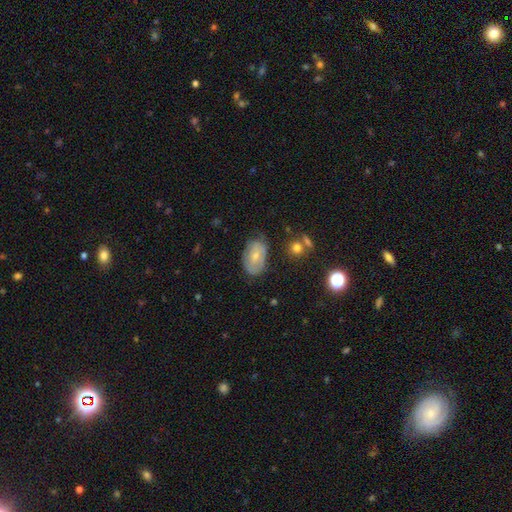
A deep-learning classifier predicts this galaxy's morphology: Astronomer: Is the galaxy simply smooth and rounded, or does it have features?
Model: smooth — 50% (runner-up: featured or disk, 41%).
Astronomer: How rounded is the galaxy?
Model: in between — 88%.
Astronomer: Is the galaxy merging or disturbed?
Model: none — 63%.